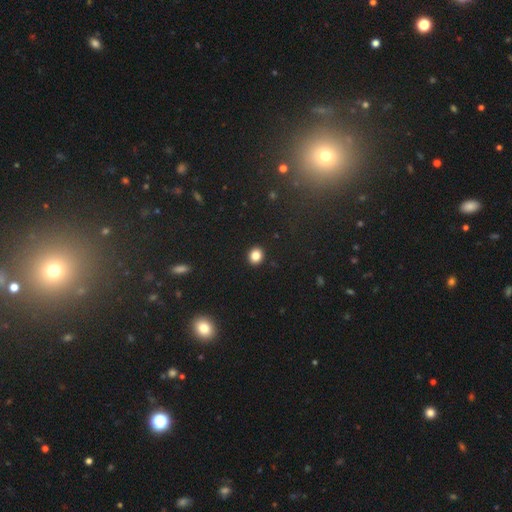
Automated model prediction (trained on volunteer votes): A smooth galaxy with no disk features (85%) that is round (74%).

Vote fractions:
- Smooth or featured? smooth: 85% / star or artifact: 11% / featured or disk: 5%
- How rounded? round: 74% / in between: 25% / cigar-shaped: 1%
- Merging? none: 92% / minor disturbance: 5% / major disturbance: 2% / merger: 1%